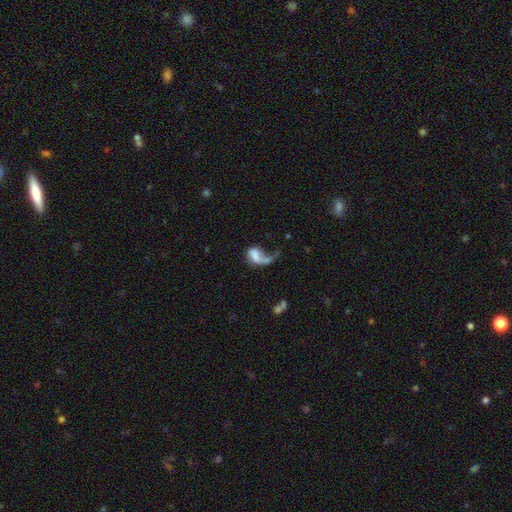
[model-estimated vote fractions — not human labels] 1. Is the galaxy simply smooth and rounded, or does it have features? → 47% featured or disk, 44% smooth, 10% star or artifact.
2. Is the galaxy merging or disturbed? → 52% major disturbance, 20% none, 14% minor disturbance, 13% merger.